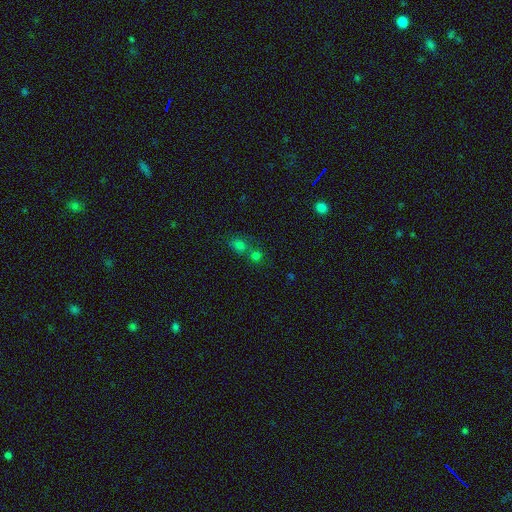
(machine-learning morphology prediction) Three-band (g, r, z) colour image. It shows a smooth galaxy with no disk features (62%) that is round (74%). Merging: none (45%).